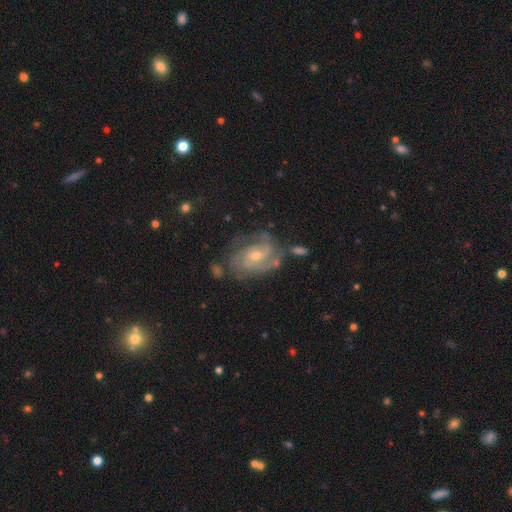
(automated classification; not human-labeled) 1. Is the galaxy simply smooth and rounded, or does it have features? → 85% featured or disk, 9% smooth, 6% star or artifact.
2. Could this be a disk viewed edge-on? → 97% no, 3% yes.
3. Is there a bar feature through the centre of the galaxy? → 53% no, 38% weak, 9% strong.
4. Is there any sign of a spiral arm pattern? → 95% yes, 5% no.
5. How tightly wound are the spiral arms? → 53% tight, 38% medium, 10% loose.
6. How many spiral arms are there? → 44% 2, 22% can't tell, 21% 3, 5% 4, 4% 1, 4% more than 4.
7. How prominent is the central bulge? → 52% small, 45% moderate, 1% large, 1% none, 1% dominant.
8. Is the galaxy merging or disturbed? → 62% none, 22% minor disturbance, 10% major disturbance, 6% merger.